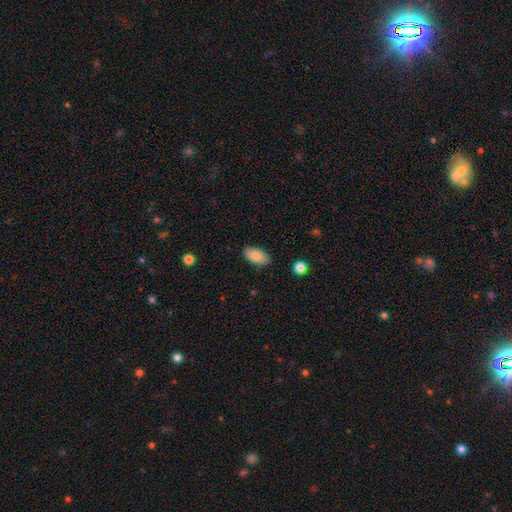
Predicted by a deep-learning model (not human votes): smooth_or_featured: smooth (p=0.79) [alt: featured or disk p=0.14]
how_rounded: in between (p=0.94) [alt: round p=0.04]
merging: none (p=0.85) [alt: minor disturbance p=0.12]